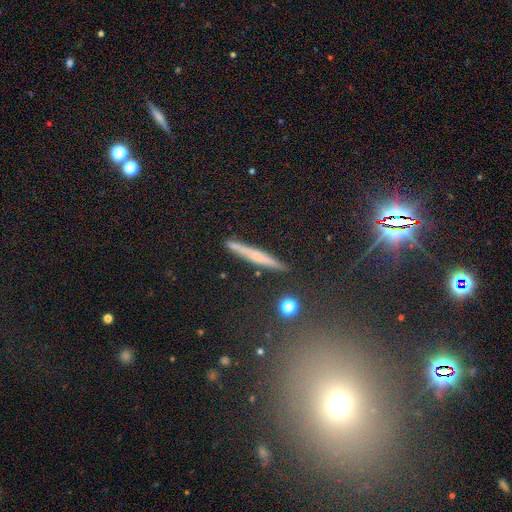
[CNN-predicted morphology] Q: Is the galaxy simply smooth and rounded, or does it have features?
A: smooth — 51%.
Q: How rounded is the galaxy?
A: cigar-shaped — 95%.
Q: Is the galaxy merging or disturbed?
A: none — 88%.